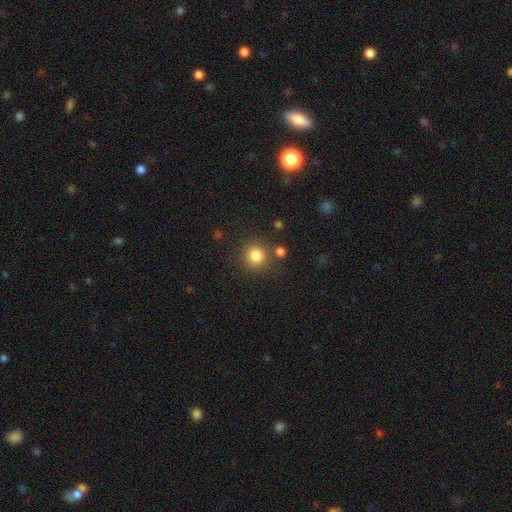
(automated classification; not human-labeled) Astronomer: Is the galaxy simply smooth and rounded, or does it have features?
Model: smooth — 83%.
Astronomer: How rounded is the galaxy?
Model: round — 93%.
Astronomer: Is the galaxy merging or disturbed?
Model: none — 82%.